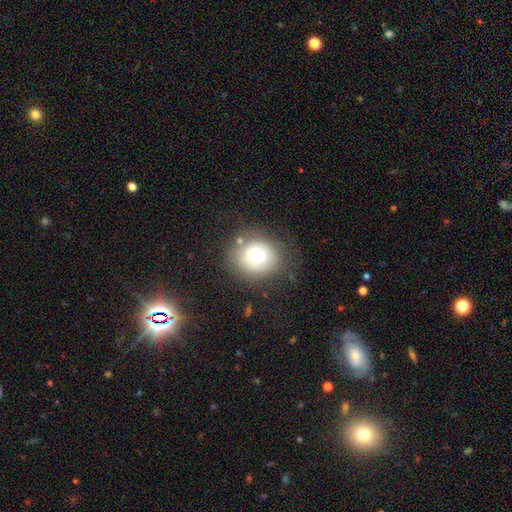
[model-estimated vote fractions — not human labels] Smooth or featured: smooth — 66% (featured or disk — 23%)
How rounded: round — 66% (in between — 33%)
Merging: none — 71% (minor disturbance — 16%)